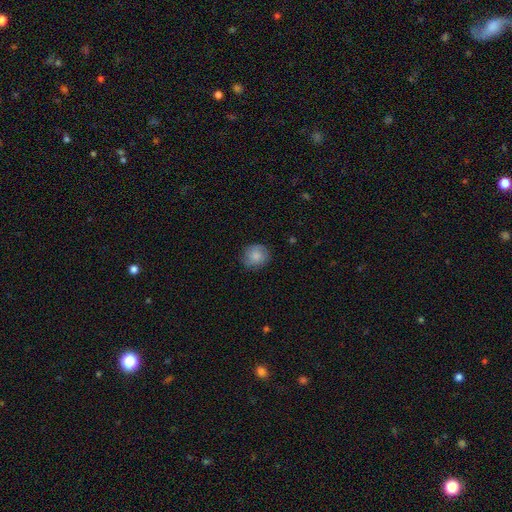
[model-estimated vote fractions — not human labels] Smooth or featured? Predicted: smooth (p=0.79). How rounded? Predicted: round (p=0.83). Merging? Predicted: none (p=0.78).